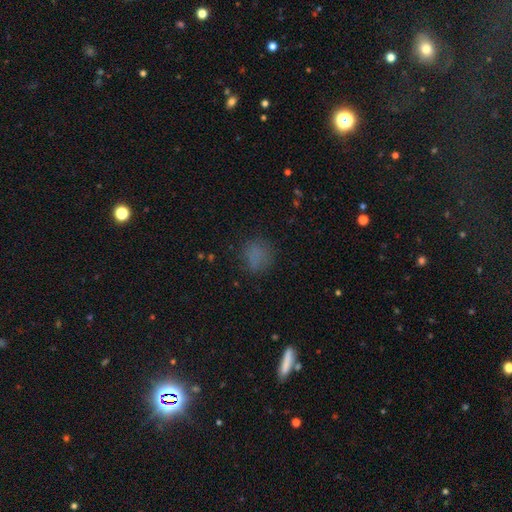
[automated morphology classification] The model was most divided on "how rounded": round: 75%, in between: 23%, cigar-shaped: 1%. More confident: merging — none (75%); smooth or featured — smooth (74%).